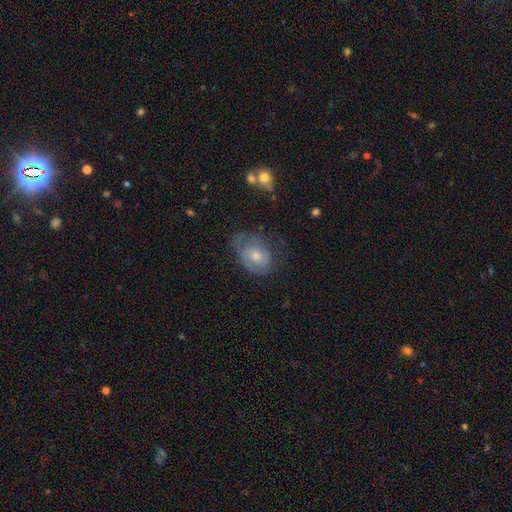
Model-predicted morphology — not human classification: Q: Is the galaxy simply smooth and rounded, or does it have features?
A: featured or disk — 54%.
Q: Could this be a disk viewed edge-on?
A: no — 96%.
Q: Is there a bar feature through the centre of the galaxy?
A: no — 72%.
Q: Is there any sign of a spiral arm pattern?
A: yes — 73%.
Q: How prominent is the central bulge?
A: moderate — 50%.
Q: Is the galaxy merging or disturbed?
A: none — 51%.